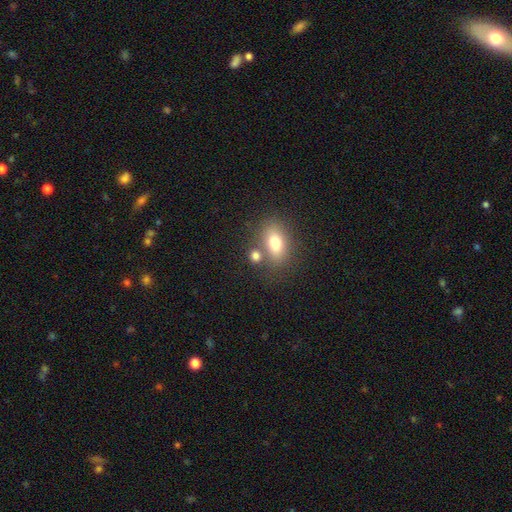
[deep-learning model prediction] smooth 77%, featured or disk 12%, star or artifact 11%. Down the decision tree: how rounded — in between (62%); merging — none (60%).